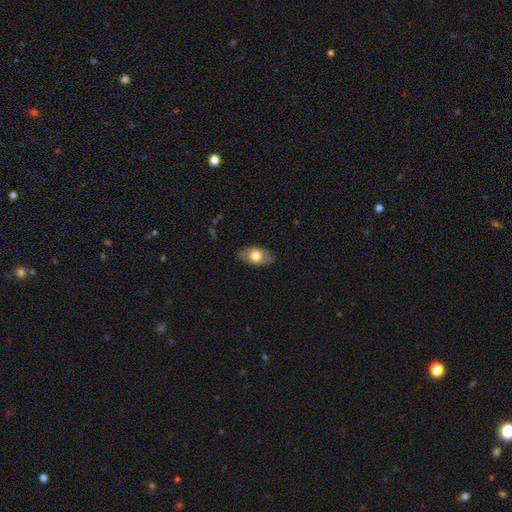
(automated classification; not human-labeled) smooth-or-featured: smooth: 59% | featured or disk: 35% | star or artifact: 6%
  how-rounded: in between: 90% | round: 8% | cigar-shaped: 2%
  merging: none: 81% | minor disturbance: 15% | major disturbance: 3% | merger: 1%